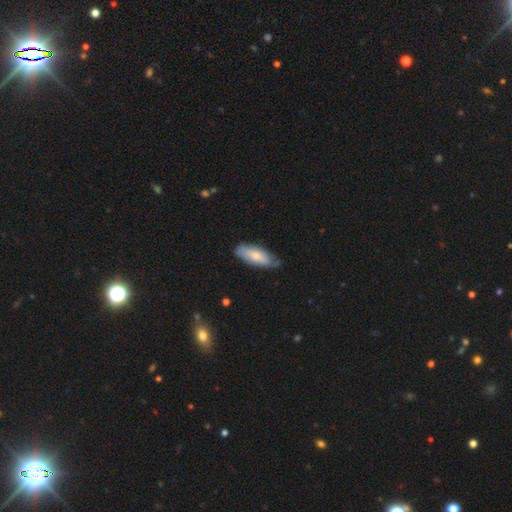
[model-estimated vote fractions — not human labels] Smooth or featured? smooth (71%)
How rounded? in between (73%)
Merging? none (67%)